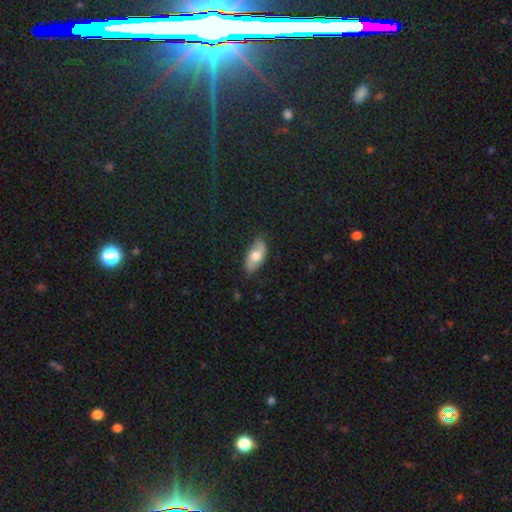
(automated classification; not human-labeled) smooth_or_featured: smooth (p=0.61) [alt: featured or disk p=0.32]
how_rounded: in between (p=0.89) [alt: cigar-shaped p=0.07]
merging: none (p=0.78) [alt: minor disturbance p=0.17]